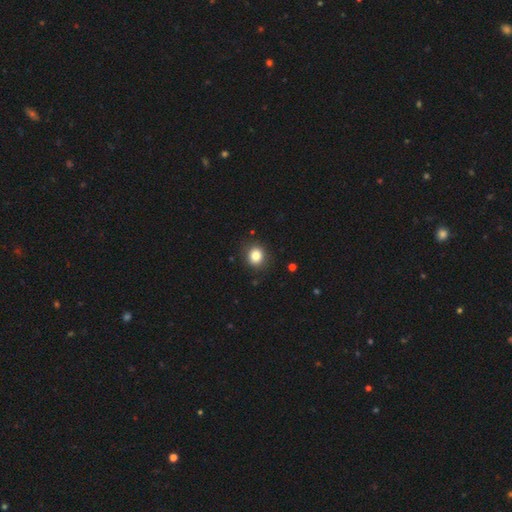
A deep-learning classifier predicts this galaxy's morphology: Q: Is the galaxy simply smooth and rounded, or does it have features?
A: smooth — 83%.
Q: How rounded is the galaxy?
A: round — 75%.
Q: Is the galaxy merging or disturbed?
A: none — 86%.